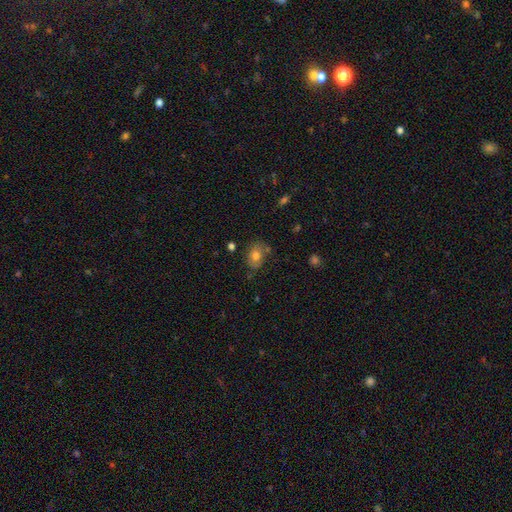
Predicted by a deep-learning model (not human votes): smooth 70%, featured or disk 20%, star or artifact 10%. Down the decision tree: how rounded — in between (62%); merging — none (64%).